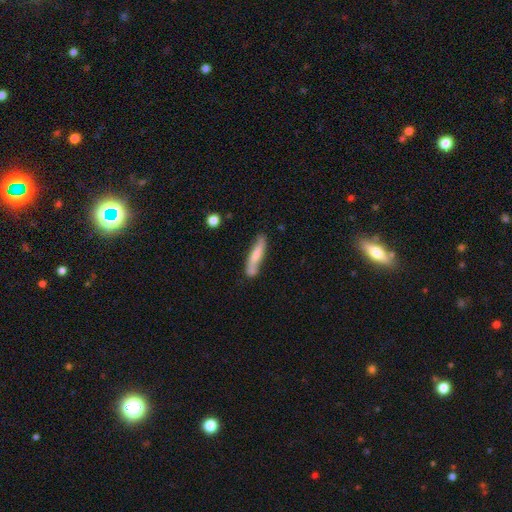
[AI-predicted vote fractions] Smooth or featured? Predicted: smooth (p=0.61). How rounded? Predicted: cigar-shaped (p=0.86). Merging? Predicted: none (p=0.71).